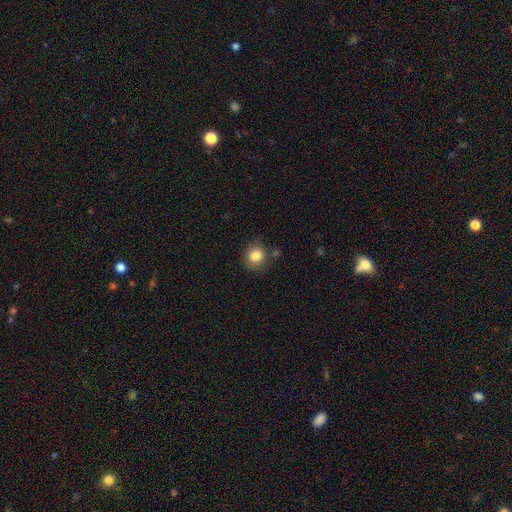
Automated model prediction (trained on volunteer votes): Morphology: type=smooth (83%); roundness=round (83%); merging=none (76%).